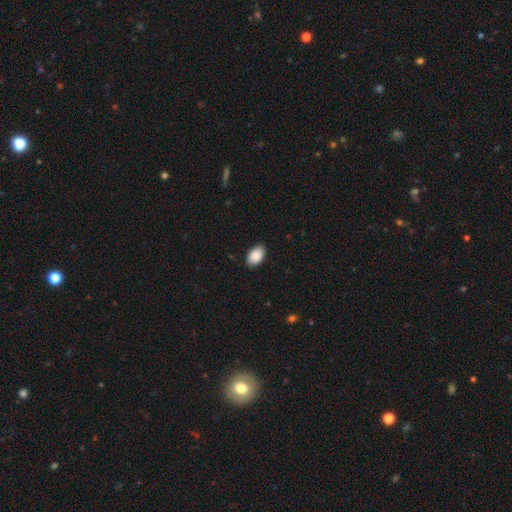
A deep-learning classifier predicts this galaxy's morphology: A smooth galaxy with no disk features (91%) that is in between round and cigar-shaped (91%).

Vote fractions:
- Smooth or featured? smooth: 91% / star or artifact: 6% / featured or disk: 3%
- How rounded? in between: 91% / round: 8% / cigar-shaped: 1%
- Merging? none: 87% / minor disturbance: 10% / major disturbance: 2% / merger: 1%